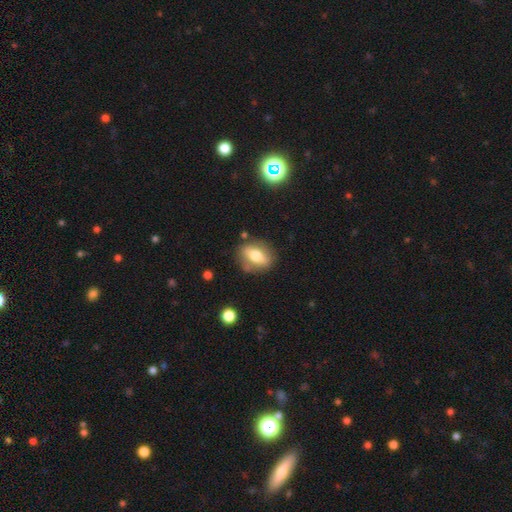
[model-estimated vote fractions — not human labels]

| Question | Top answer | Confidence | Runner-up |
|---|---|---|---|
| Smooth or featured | smooth | 61% | featured or disk (31%) |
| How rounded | in between | 66% | round (28%) |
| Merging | none | 77% | minor disturbance (15%) |